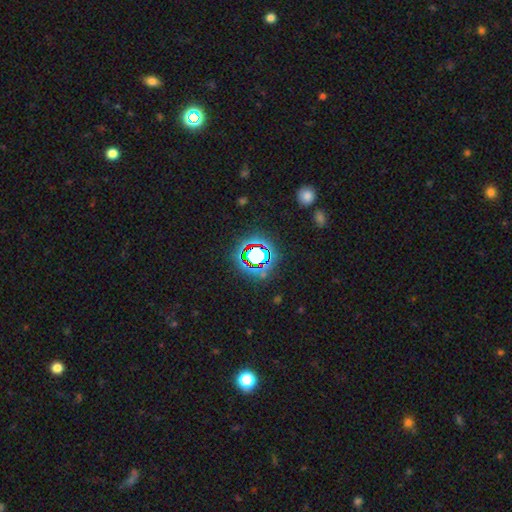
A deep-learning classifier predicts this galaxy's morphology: Overall: star or artifact (70%).